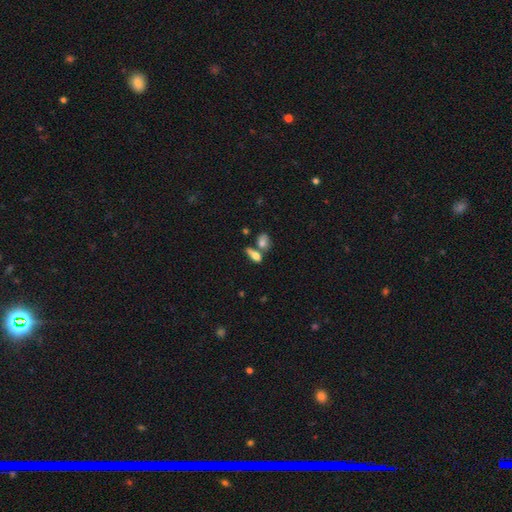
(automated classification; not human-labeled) Overall: smooth (67%). How rounded: in between (67%). Merging: none (42%; merger 39%).